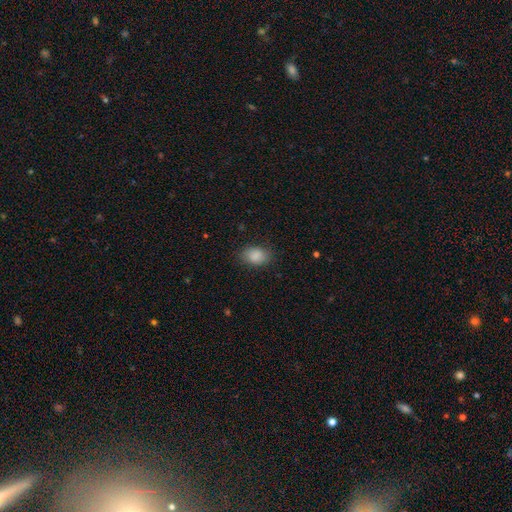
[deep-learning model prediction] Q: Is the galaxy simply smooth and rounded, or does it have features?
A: smooth — 88%.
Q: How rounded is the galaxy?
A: in between — 81%.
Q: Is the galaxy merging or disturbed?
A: none — 81%.